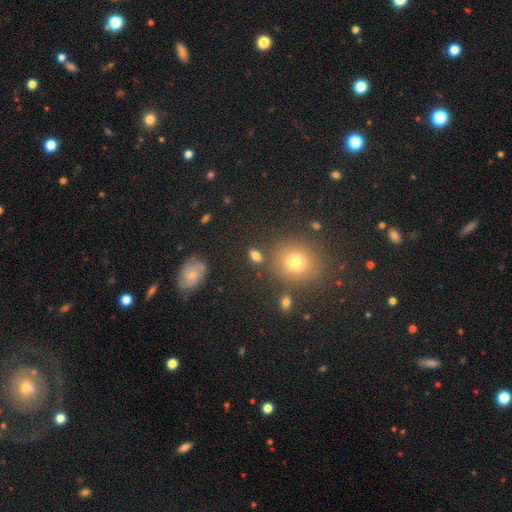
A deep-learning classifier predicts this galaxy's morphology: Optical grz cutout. It shows a smooth galaxy with no disk features (75%) that is in between round and cigar-shaped (68%). Merging: none (78%).